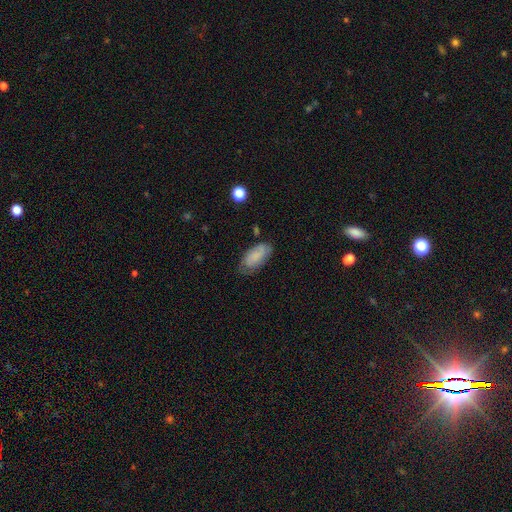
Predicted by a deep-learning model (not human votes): Q: Smooth or featured?
A: smooth (70%); runner-up: featured or disk (22%)
Q: How rounded?
A: in between (91%); runner-up: cigar-shaped (6%)
Q: Merging?
A: none (67%); runner-up: minor disturbance (25%)